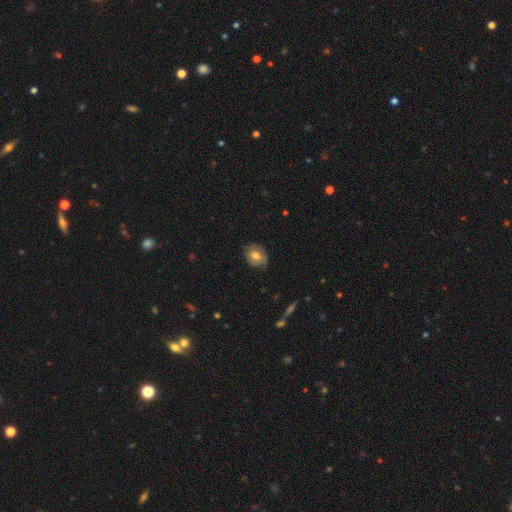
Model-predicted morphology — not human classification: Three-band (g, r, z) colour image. It shows a smooth galaxy with no disk features (55%) that is round (54%). Merging: none (73%).